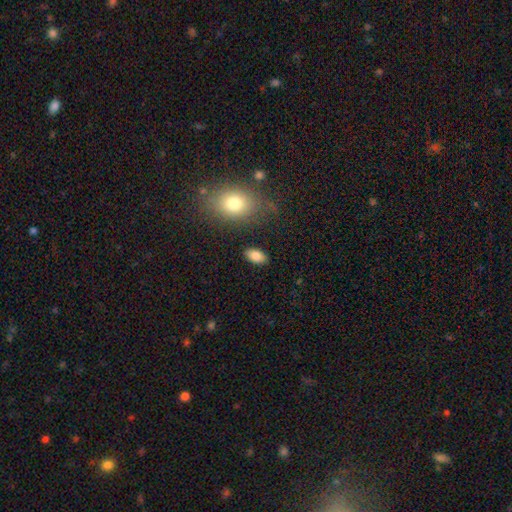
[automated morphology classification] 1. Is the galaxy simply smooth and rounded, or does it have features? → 85% smooth, 8% star or artifact, 7% featured or disk.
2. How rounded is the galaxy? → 93% in between, 5% round, 3% cigar-shaped.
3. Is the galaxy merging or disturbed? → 86% none, 9% minor disturbance, 3% major disturbance, 2% merger.